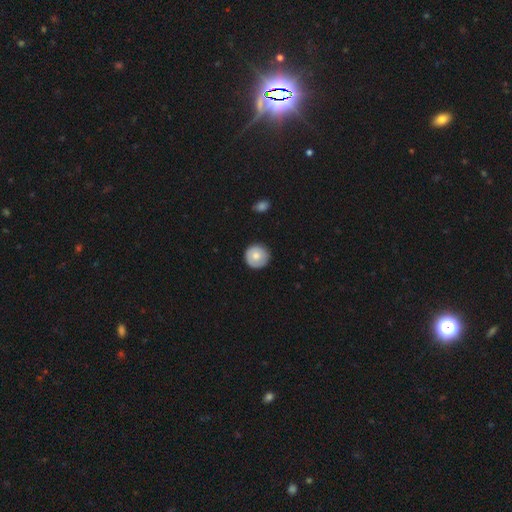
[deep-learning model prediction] smooth 73%, featured or disk 21%, star or artifact 6%. Down the decision tree: how rounded — round (95%); merging — none (87%).